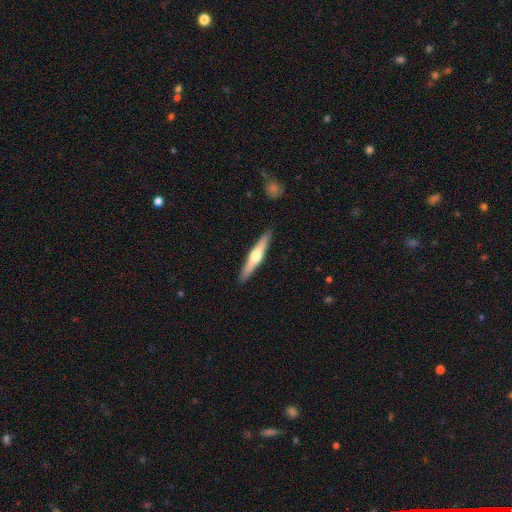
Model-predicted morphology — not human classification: type=featured or disk (57%); edge-on=yes (96%); edge-on bulge=rounded (91%); merging=none (90%).